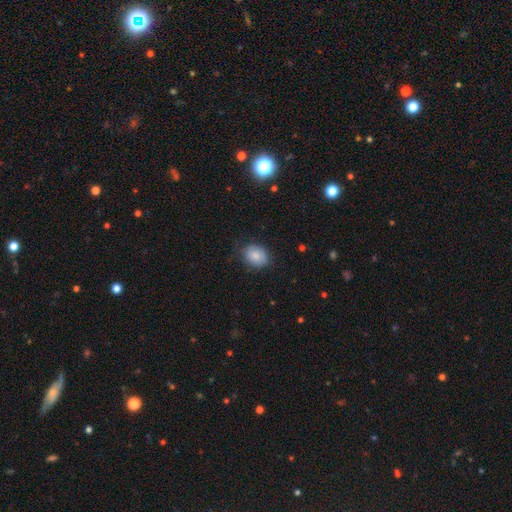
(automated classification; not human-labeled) Smooth or featured? Predicted: smooth (p=0.80). How rounded? Predicted: in between (p=0.56). Merging? Predicted: none (p=0.71).